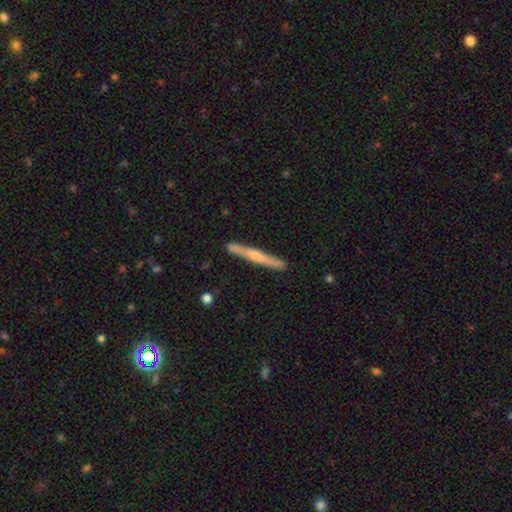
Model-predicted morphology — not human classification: type=featured or disk (53%); edge-on=yes (97%); edge-on bulge=rounded (56%); merging=none (89%).